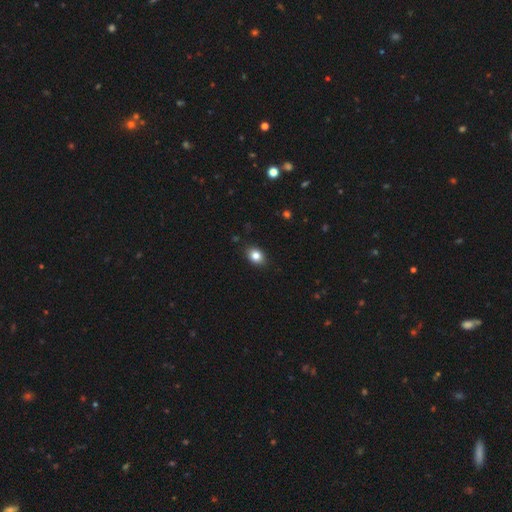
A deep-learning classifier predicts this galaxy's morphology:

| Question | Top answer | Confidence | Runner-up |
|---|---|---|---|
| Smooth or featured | smooth | 83% | star or artifact (10%) |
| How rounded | in between | 63% | round (36%) |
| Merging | none | 87% | minor disturbance (10%) |